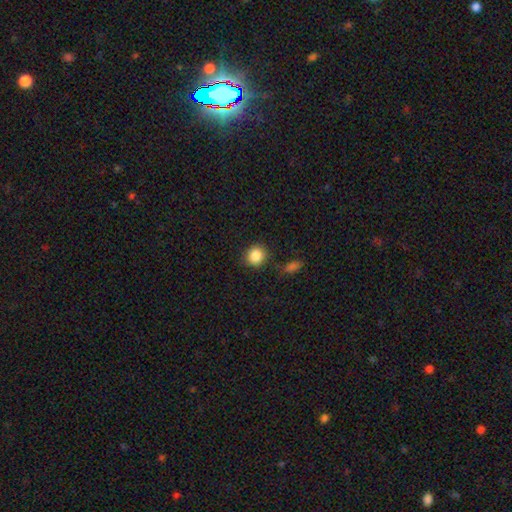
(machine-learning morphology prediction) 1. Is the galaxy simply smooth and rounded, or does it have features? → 86% smooth, 9% star or artifact, 4% featured or disk.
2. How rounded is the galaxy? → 86% round, 13% in between, 1% cigar-shaped.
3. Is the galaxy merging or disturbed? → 83% none, 10% minor disturbance, 4% merger, 3% major disturbance.